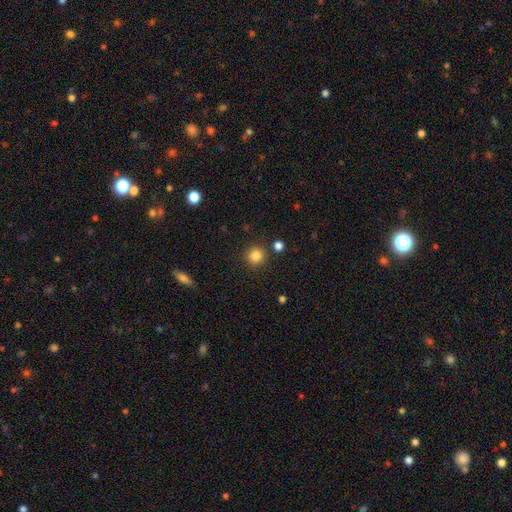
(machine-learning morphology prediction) This is clearly a smooth galaxy (83%). How rounded: clearly round (94%). Merging: clearly none (88%).